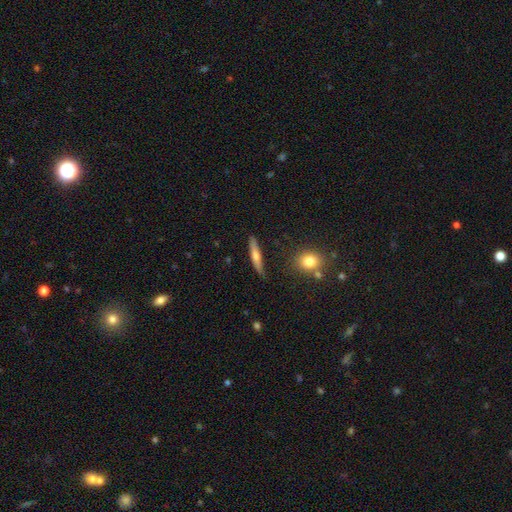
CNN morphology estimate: Smooth or featured? smooth (51%)
How rounded? cigar-shaped (86%)
Merging? none (84%)